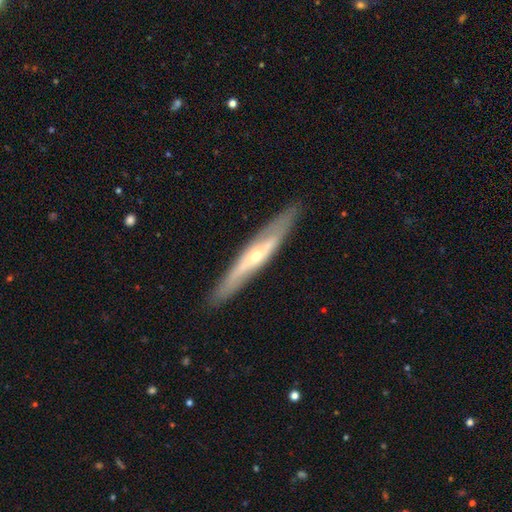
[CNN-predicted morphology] The model was most divided on "smooth or featured": featured or disk: 71%, smooth: 24%, star or artifact: 6%. More confident: merging — none (88%); edge-on bulge — rounded (79%); edge-on disk — yes (78%).